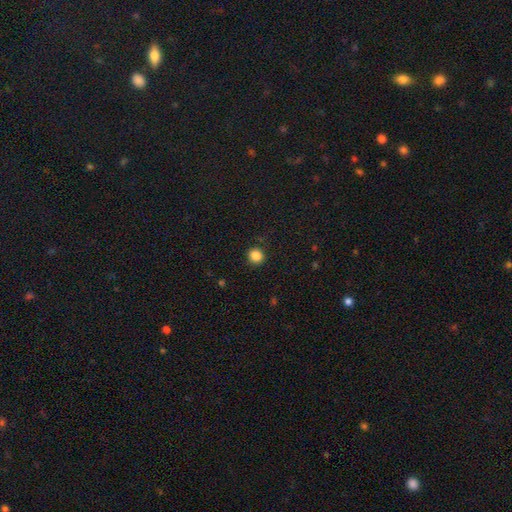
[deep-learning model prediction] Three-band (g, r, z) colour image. It shows a smooth galaxy with no disk features (85%) that is round (88%). Merging: none (90%).